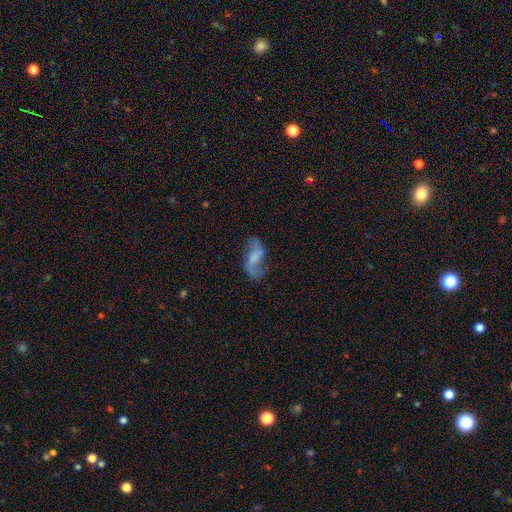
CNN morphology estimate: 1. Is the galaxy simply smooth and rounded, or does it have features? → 64% featured or disk, 27% smooth, 9% star or artifact.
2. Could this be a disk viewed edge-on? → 95% no, 5% yes.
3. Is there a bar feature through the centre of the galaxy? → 45% weak, 35% no, 20% strong.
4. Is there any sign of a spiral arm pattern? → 85% yes, 15% no.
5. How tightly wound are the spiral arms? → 74% loose, 21% medium, 5% tight.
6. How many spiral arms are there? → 86% 2, 6% 1, 5% can't tell, 1% 3, 1% 4, 1% more than 4.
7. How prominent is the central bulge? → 44% none, 22% moderate, 20% small, 12% large, 2% dominant.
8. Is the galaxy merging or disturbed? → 58% none, 21% minor disturbance, 18% major disturbance, 3% merger.